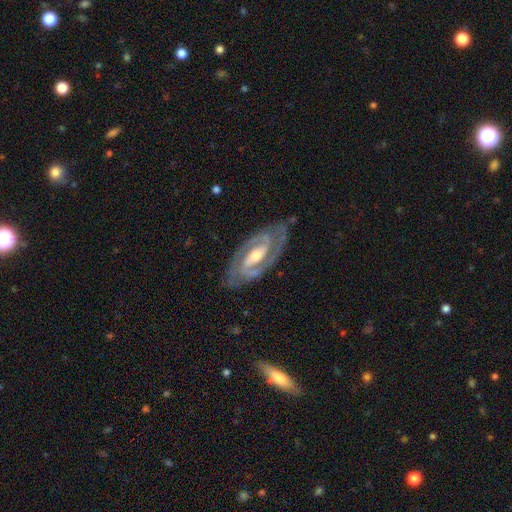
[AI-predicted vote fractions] Morphology: type=featured or disk (92%); edge-on=no (95%); bar=strong (41%); spiral arms=yes (97%); winding=tight (48%); arm count=2 (92%); bulge=moderate (63%); merging=none (81%).